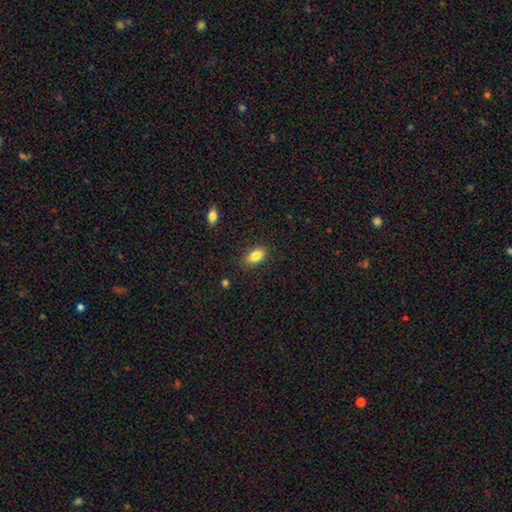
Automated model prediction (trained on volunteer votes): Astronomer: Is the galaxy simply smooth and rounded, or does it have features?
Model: smooth — 84%.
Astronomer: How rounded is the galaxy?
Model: in between — 89%.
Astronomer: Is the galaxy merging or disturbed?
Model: none — 86%.